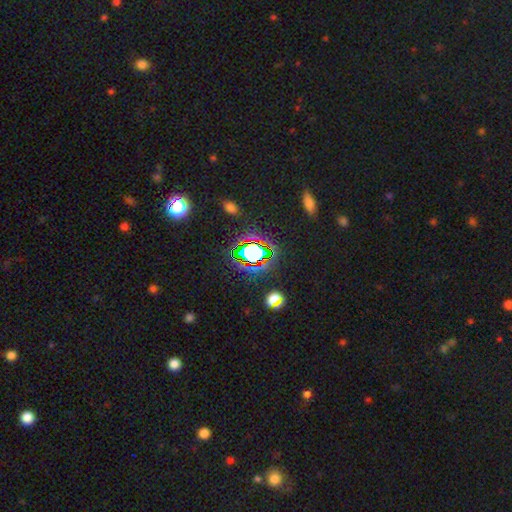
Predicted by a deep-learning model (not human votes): This appears to be a star or artifact, not a galaxy (72%).